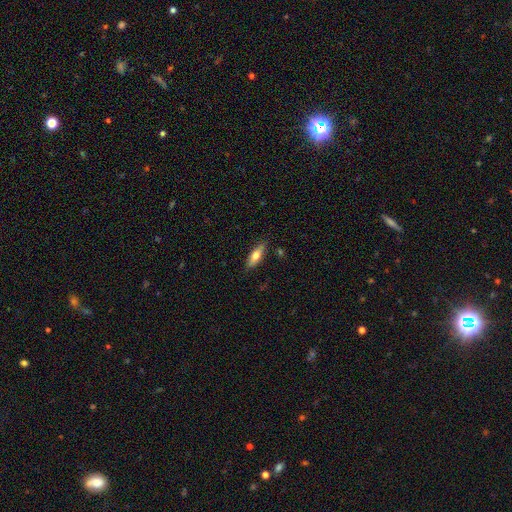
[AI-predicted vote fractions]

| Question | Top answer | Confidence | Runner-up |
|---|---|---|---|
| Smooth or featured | smooth | 62% | featured or disk (32%) |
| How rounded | in between | 50% | cigar-shaped (48%) |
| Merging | none | 85% | minor disturbance (11%) |